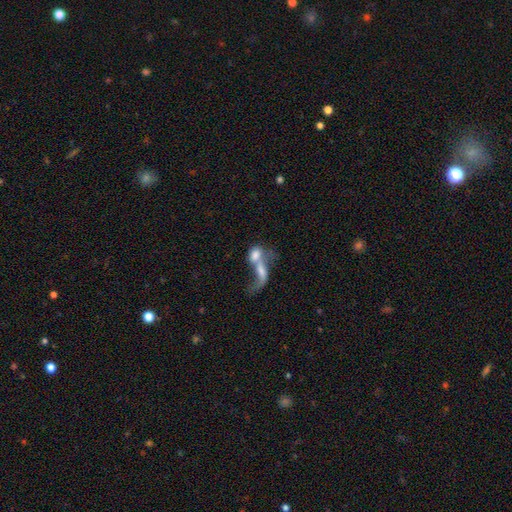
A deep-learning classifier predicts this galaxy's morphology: smooth_or_featured: smooth (p=0.53) [alt: featured or disk p=0.37]
how_rounded: in between (p=0.68) [alt: round p=0.19]
merging: merger (p=0.74) [alt: major disturbance p=0.13]